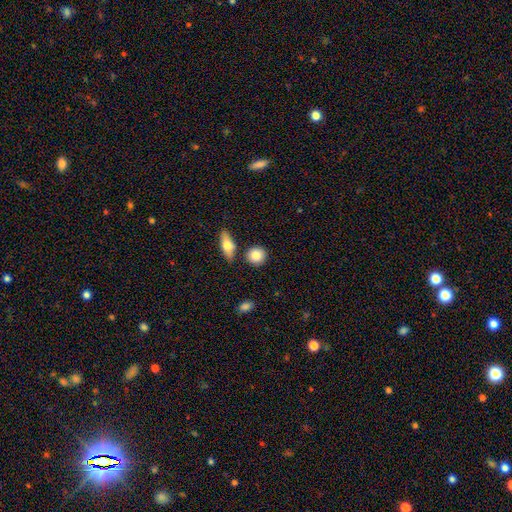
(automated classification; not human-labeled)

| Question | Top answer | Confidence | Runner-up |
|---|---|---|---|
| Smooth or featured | smooth | 84% | featured or disk (9%) |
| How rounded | round | 80% | in between (18%) |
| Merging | none | 80% | minor disturbance (9%) |